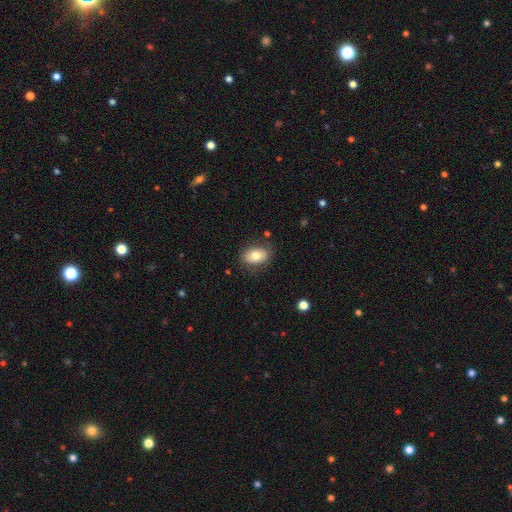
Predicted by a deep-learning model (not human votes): Smooth or featured? smooth (76%)
How rounded? in between (85%)
Merging? none (80%)